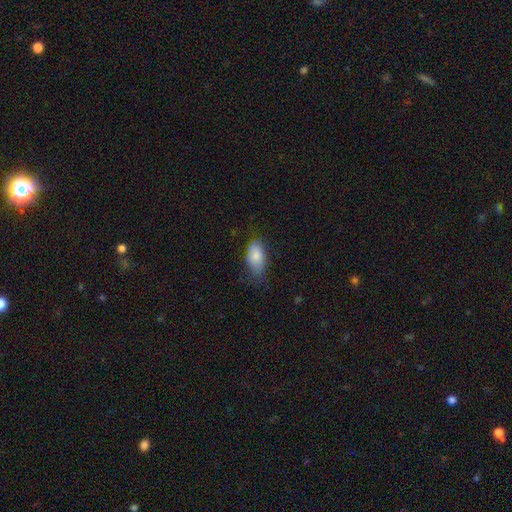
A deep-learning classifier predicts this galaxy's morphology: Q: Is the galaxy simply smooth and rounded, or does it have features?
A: smooth — 80%.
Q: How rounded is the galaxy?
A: in between — 93%.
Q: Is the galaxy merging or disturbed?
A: none — 57%.